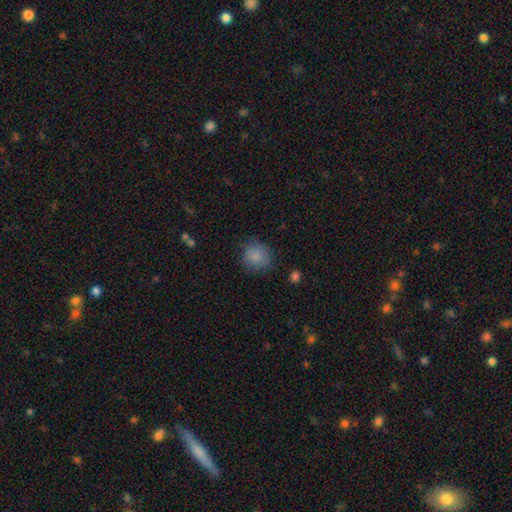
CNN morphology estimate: Overall: smooth (84%). How rounded: round (85%). Merging: none (77%).